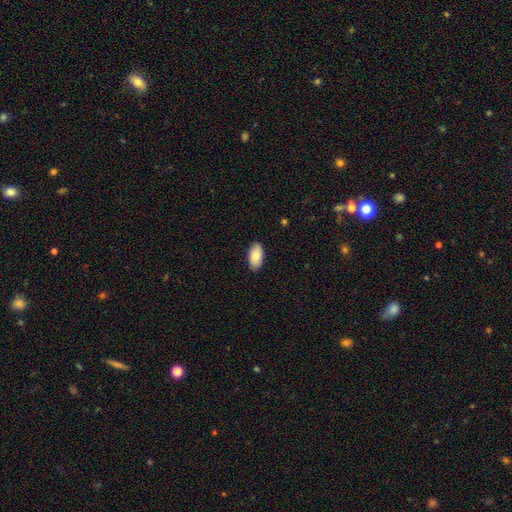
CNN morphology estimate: Smooth or featured? smooth (85%)
How rounded? in between (95%)
Merging? none (88%)